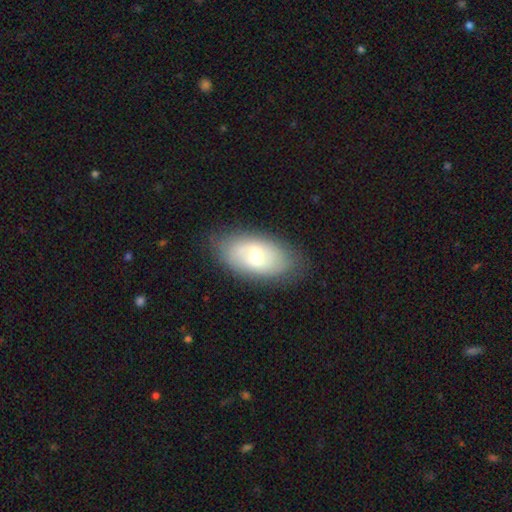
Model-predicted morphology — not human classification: smooth-or-featured: smooth: 48% | featured or disk: 45% | star or artifact: 7%
  merging: none: 79% | minor disturbance: 15% | major disturbance: 5% | merger: 1%